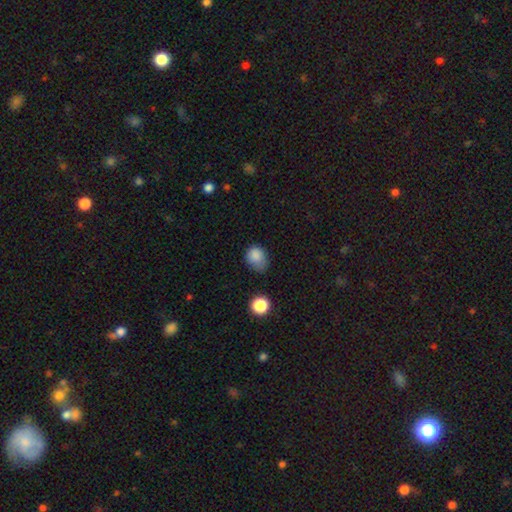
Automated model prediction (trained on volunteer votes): Smooth or featured? smooth (84%)
How rounded? in between (52%)
Merging? none (45%)